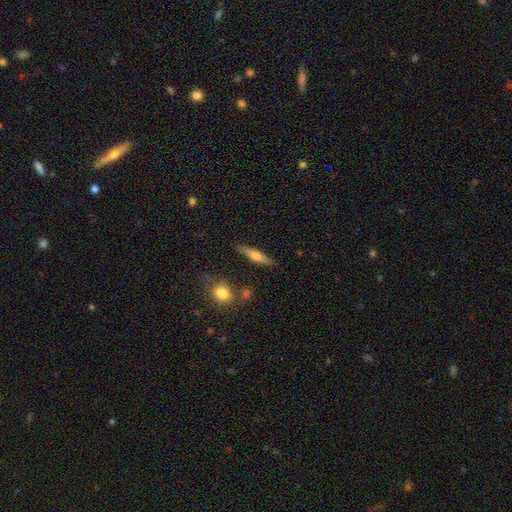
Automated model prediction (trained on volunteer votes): smooth_or_featured: smooth (p=0.51) [alt: featured or disk p=0.42]
how_rounded: cigar-shaped (p=0.78) [alt: in between p=0.19]
merging: none (p=0.83) [alt: minor disturbance p=0.11]